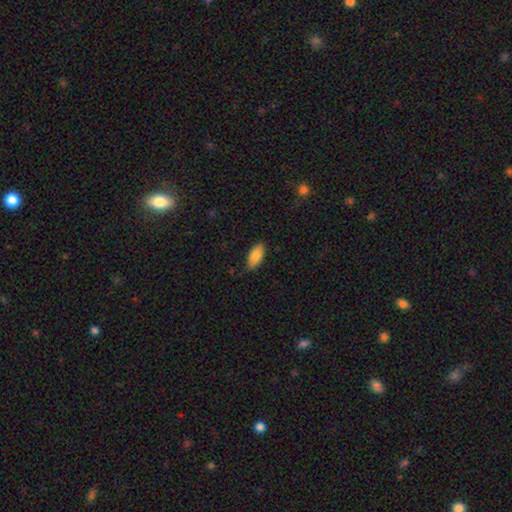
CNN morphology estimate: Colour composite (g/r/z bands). It shows a smooth galaxy with no disk features (86%) that is in between round and cigar-shaped (90%). Merging: none (82%).